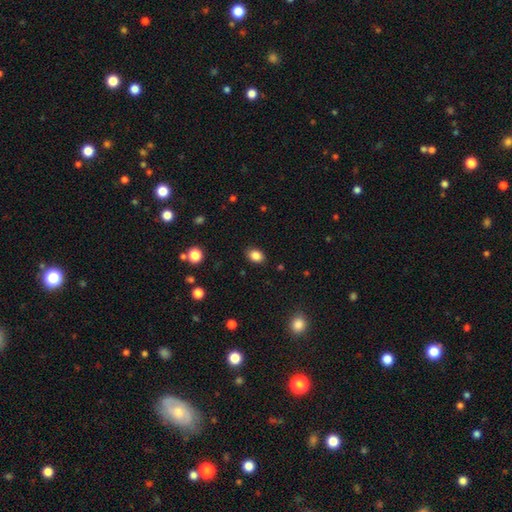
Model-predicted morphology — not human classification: This appears to be a smooth galaxy with no disk features (86%) that is in between round and cigar-shaped (74%). Merging: none (88%).